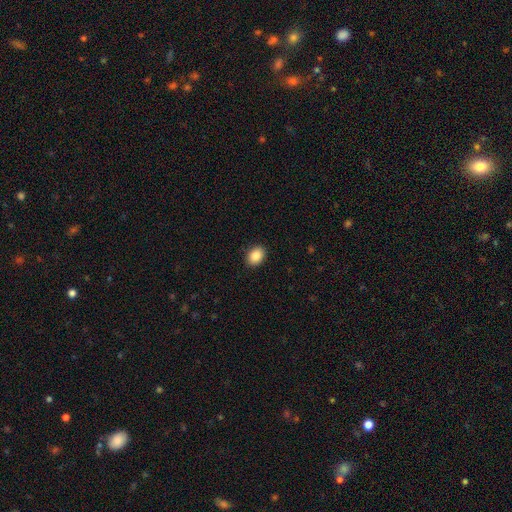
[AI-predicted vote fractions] Smooth or featured?
  - smooth: 87% *
  - star or artifact: 8%
  - featured or disk: 5%
How rounded?
  - in between: 67% *
  - round: 32%
  - cigar-shaped: 1%
Merging?
  - none: 90% *
  - minor disturbance: 7%
  - major disturbance: 2%
  - merger: 1%